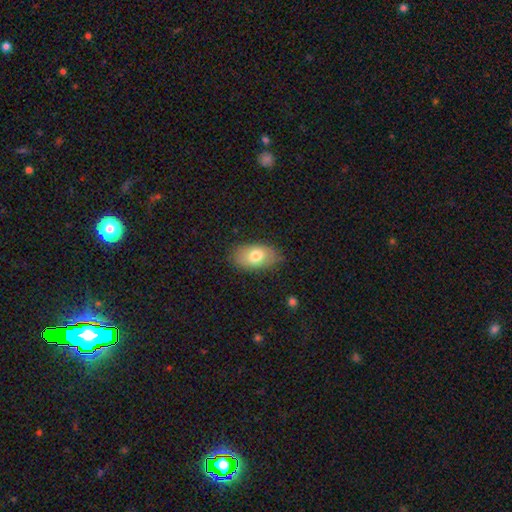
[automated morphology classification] smooth_or_featured: smooth (p=0.75) [alt: featured or disk p=0.18]
how_rounded: in between (p=0.92) [alt: round p=0.06]
merging: none (p=0.81) [alt: minor disturbance p=0.15]